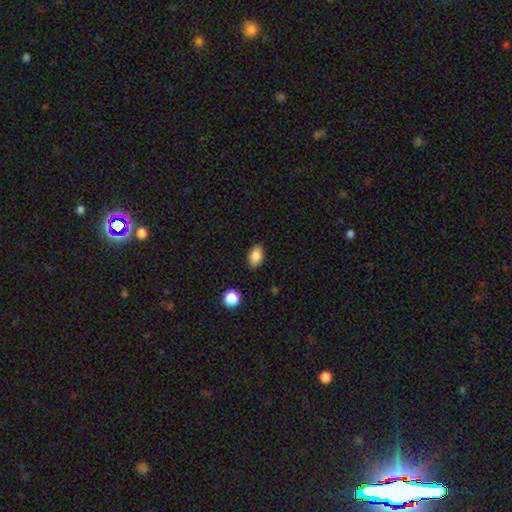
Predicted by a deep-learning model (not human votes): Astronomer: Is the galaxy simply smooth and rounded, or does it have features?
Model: smooth — 86%.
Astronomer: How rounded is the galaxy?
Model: in between — 88%.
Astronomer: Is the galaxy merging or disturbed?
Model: none — 83%.